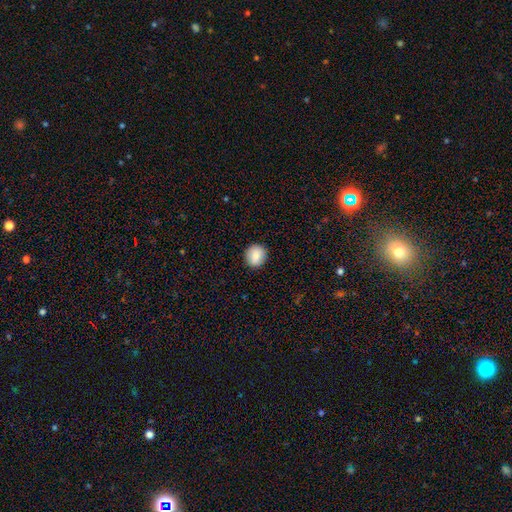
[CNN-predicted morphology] This is clearly a smooth galaxy (83%). How rounded: clearly round (87%). Merging: clearly none (90%).